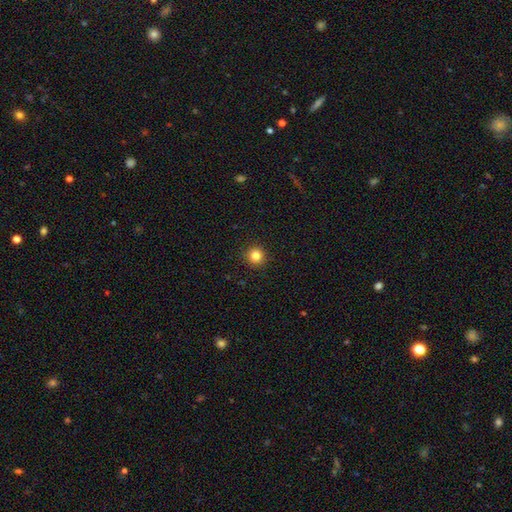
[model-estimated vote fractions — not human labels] This is clearly a smooth galaxy (83%). How rounded: clearly round (96%). Merging: clearly none (93%).